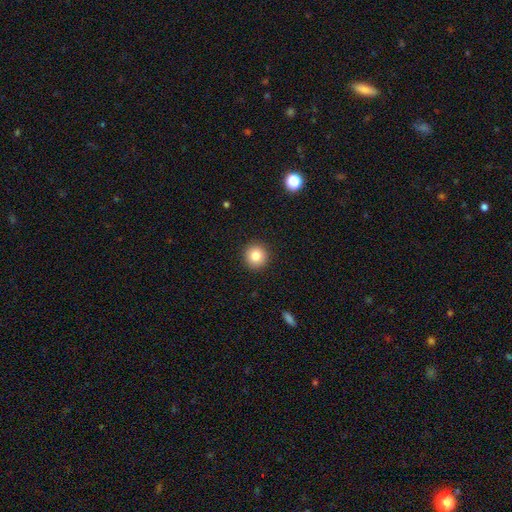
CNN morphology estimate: Smooth or featured? smooth (83%)
How rounded? round (93%)
Merging? none (92%)